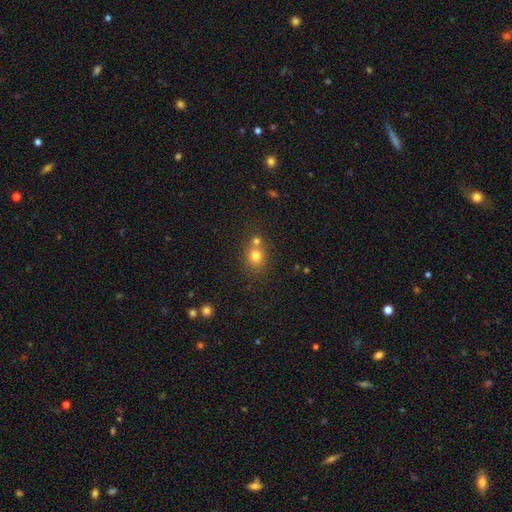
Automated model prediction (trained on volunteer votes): Overall: smooth (77%). How rounded: round (75%). Merging: none (52%; merger 36%).